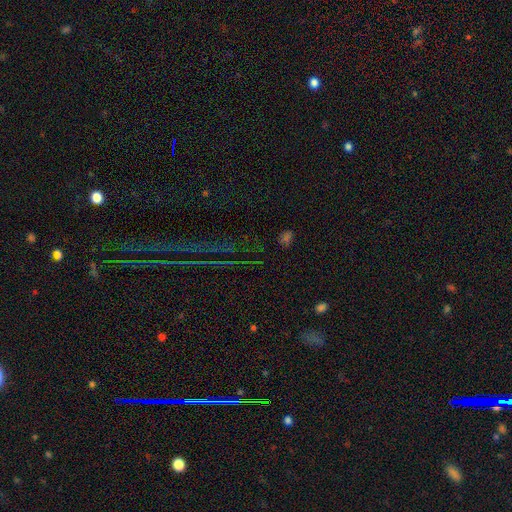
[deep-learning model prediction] This is likely a star or artifact rather than a galaxy (69%).